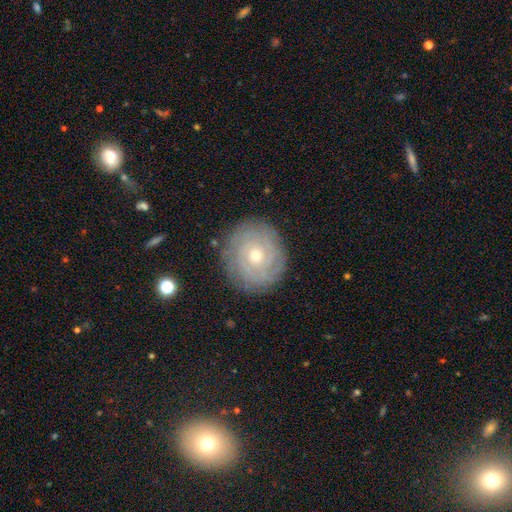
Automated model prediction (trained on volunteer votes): Q: Smooth or featured?
A: featured or disk (78%); runner-up: smooth (15%)
Q: Edge-on disk?
A: no (97%); runner-up: yes (3%)
Q: Bar?
A: no (78%); runner-up: weak (18%)
Q: Spiral arms?
A: yes (92%); runner-up: no (8%)
Q: Spiral winding?
A: tight (85%); runner-up: medium (12%)
Q: Spiral arm count?
A: can't tell (40%); runner-up: 2 (21%)
Q: Bulge size?
A: small (51%); runner-up: moderate (46%)
Q: Merging?
A: none (85%); runner-up: minor disturbance (11%)